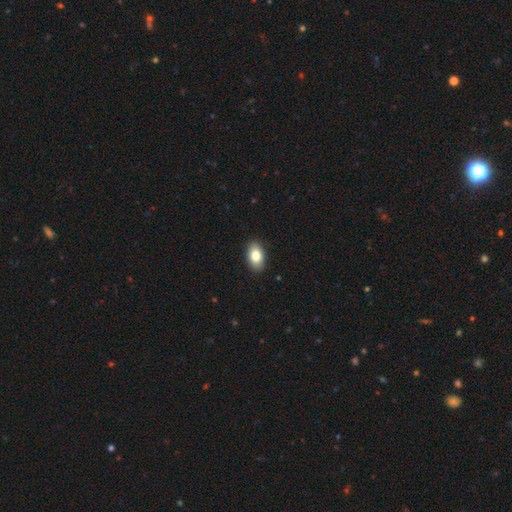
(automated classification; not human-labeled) smooth 82%, featured or disk 11%, star or artifact 7%. Down the decision tree: how rounded — in between (93%); merging — none (90%).